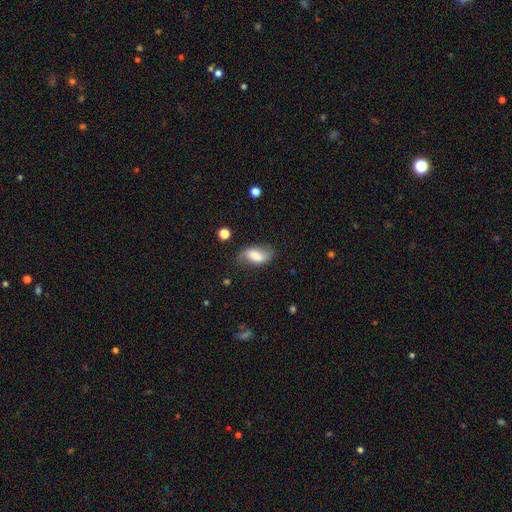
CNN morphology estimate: Overall: smooth (58%; featured or disk 33%). How rounded: in between (89%). Merging: none (62%; minor disturbance 25%).